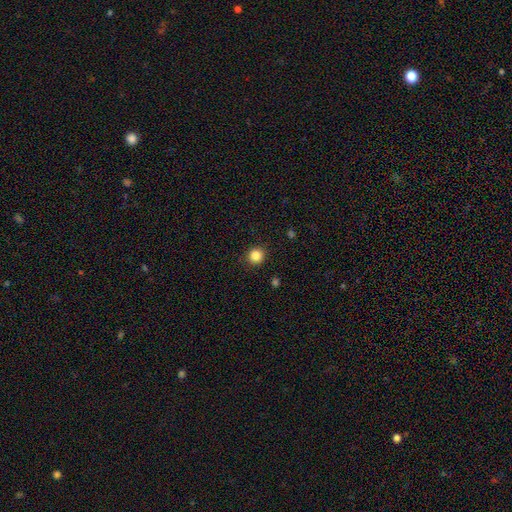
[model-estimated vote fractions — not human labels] Smooth or featured: smooth — 85% (star or artifact — 11%)
How rounded: round — 93% (in between — 6%)
Merging: none — 91% (minor disturbance — 6%)